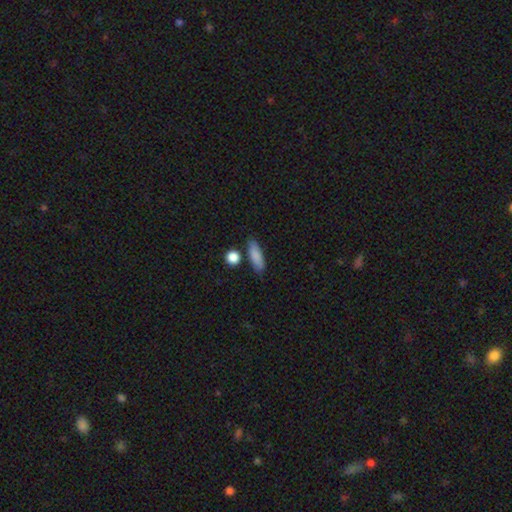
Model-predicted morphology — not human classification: Smooth or featured?
  - smooth: 85% *
  - featured or disk: 8%
  - star or artifact: 7%
How rounded?
  - in between: 55% *
  - cigar-shaped: 40%
  - round: 5%
Merging?
  - none: 78% *
  - minor disturbance: 13%
  - merger: 6%
  - major disturbance: 3%